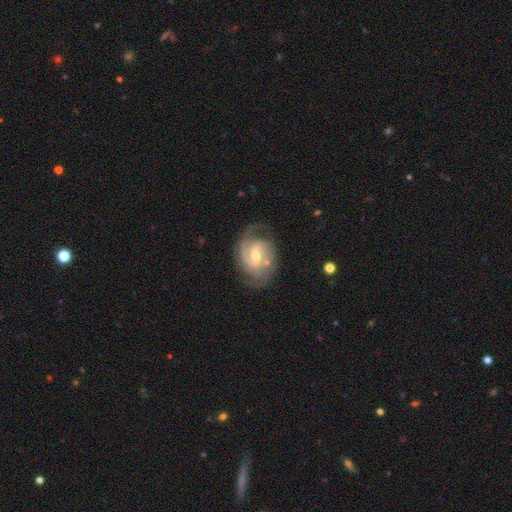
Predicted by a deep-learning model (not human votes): smooth_or_featured: featured or disk (p=0.89) [alt: smooth p=0.06]
disk_edge_on: no (p=0.97) [alt: yes p=0.03]
bar: weak (p=0.55) [alt: strong p=0.28]
has_spiral_arms: yes (p=0.97) [alt: no p=0.03]
spiral_winding: medium (p=0.46) [alt: tight p=0.42]
spiral_arm_count: 2 (p=0.64) [alt: 3 p=0.16]
bulge_size: moderate (p=0.51) [alt: small p=0.45]
merging: none (p=0.70) [alt: minor disturbance p=0.18]